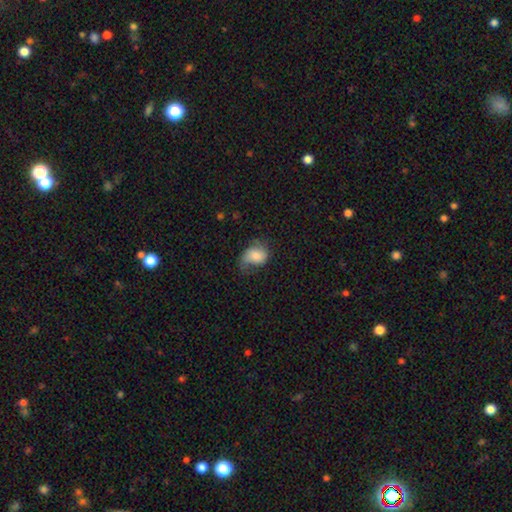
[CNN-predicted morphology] Smooth or featured: smooth — 68% (featured or disk — 23%)
How rounded: in between — 64% (round — 35%)
Merging: none — 37% (minor disturbance — 34%)